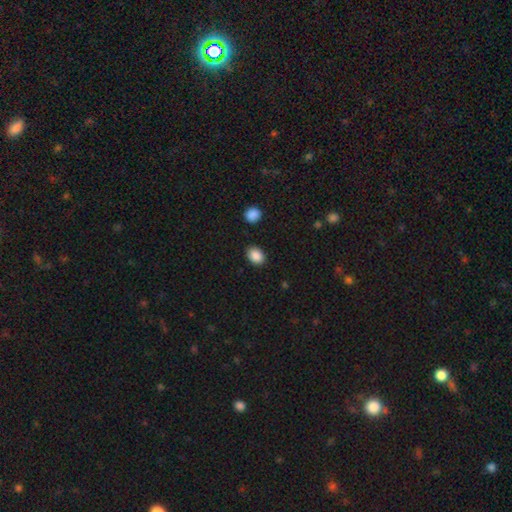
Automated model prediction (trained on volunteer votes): This is clearly a smooth galaxy (88%). How rounded: likely in between (65%). Merging: clearly none (87%).